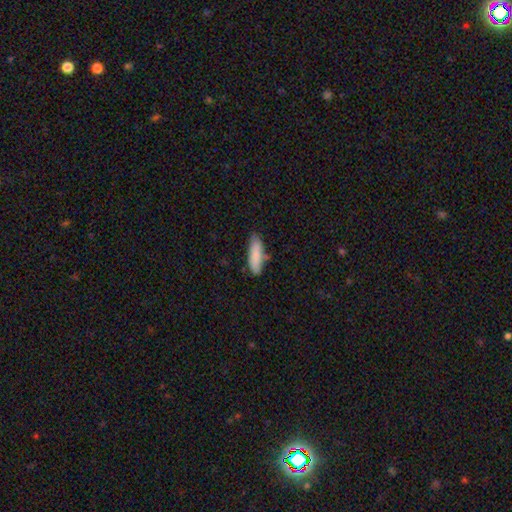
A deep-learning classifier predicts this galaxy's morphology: Smooth or featured? smooth (85%)
How rounded? cigar-shaped (59%)
Merging? none (68%)